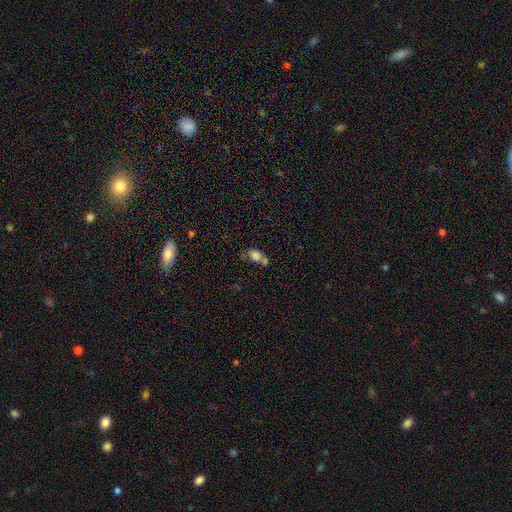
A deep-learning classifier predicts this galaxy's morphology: Q: Smooth or featured?
A: smooth (73%); runner-up: featured or disk (15%)
Q: How rounded?
A: in between (72%); runner-up: round (25%)
Q: Merging?
A: merger (41%); runner-up: none (29%)